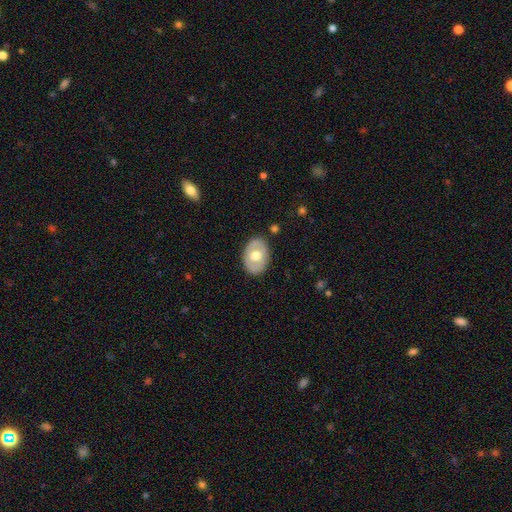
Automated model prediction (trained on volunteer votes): Smooth or featured? Predicted: smooth (p=0.54). How rounded? Predicted: in between (p=0.81). Merging? Predicted: none (p=0.85).